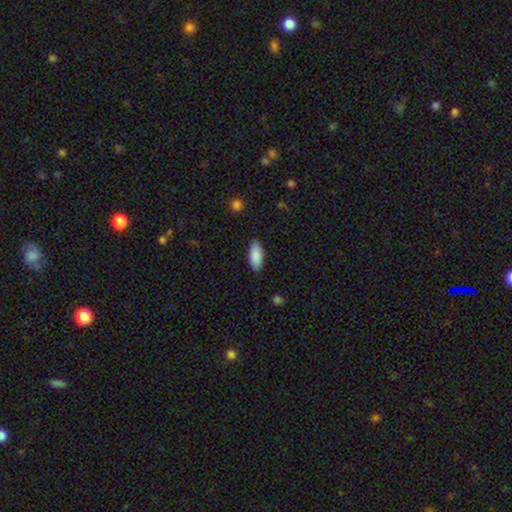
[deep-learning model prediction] A smooth galaxy with no disk features (89%) that is in between round and cigar-shaped (87%). Merging: none (88%).